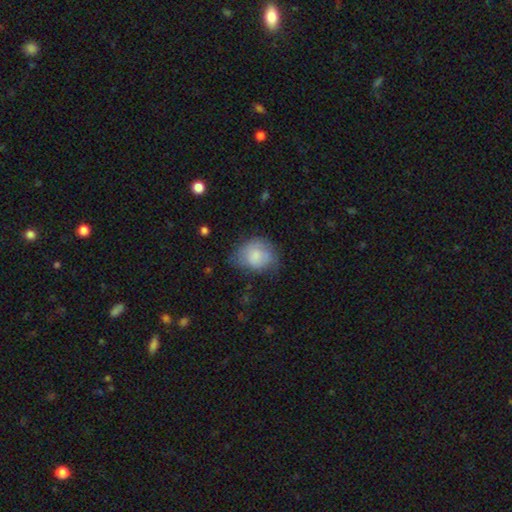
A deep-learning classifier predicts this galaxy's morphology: The model was most divided on "merging": none: 46%, minor disturbance: 35%, major disturbance: 15%, merger: 3%. More confident: smooth or featured — smooth (74%); how rounded — round (60%).